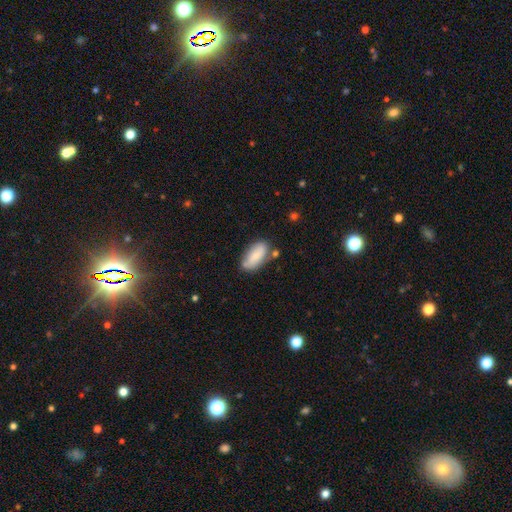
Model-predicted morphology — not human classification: A smooth galaxy with no disk features (79%) that is in between round and cigar-shaped (89%).

Vote fractions:
- Smooth or featured? smooth: 79% / featured or disk: 15% / star or artifact: 6%
- How rounded? in between: 89% / cigar-shaped: 9% / round: 2%
- Merging? none: 64% / minor disturbance: 22% / merger: 9% / major disturbance: 5%